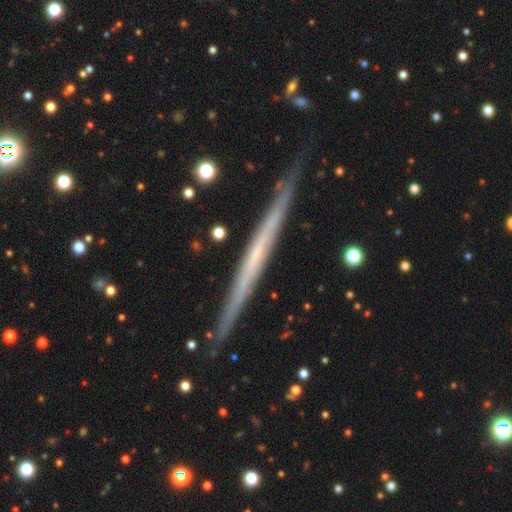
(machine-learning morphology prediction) A featured or disk galaxy (67%) viewed edge-on (97%) with no central bulge (88%). Merging: none (89%).